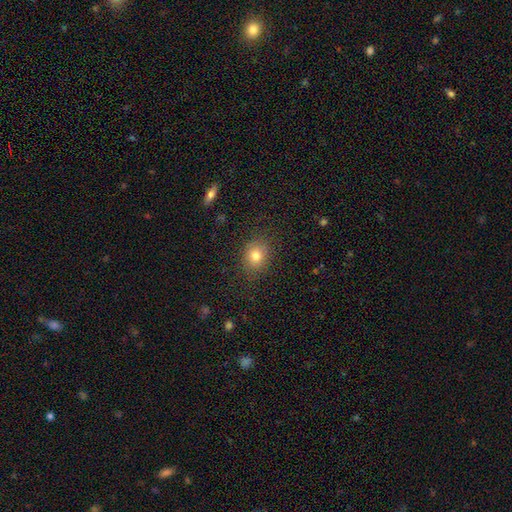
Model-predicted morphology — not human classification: This is likely a smooth galaxy (79%). How rounded: possibly round (59%). Merging: clearly none (83%).